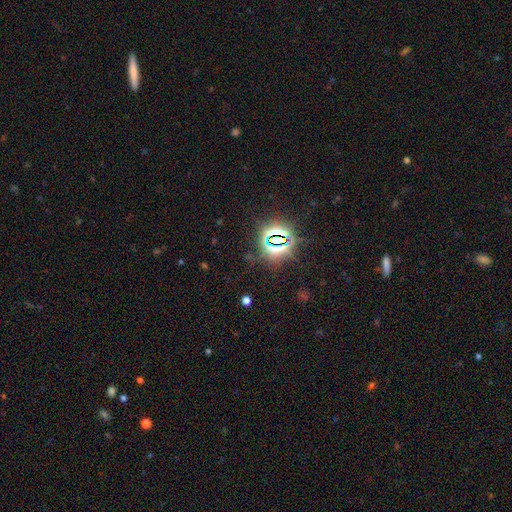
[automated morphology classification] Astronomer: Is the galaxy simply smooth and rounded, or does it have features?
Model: star or artifact — 79%.